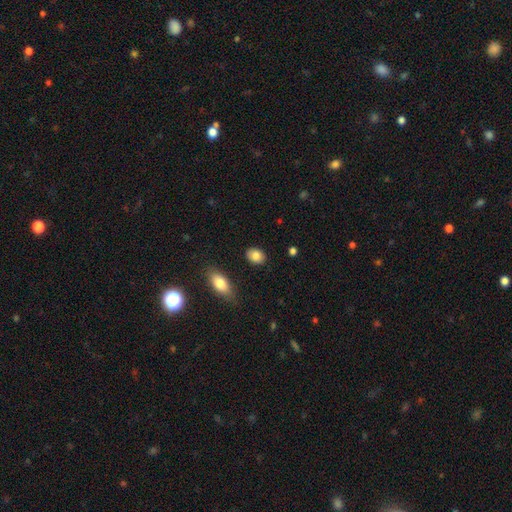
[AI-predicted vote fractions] A smooth galaxy with no disk features (86%) that is in between round and cigar-shaped (59%).

Vote fractions:
- Smooth or featured? smooth: 86% / star or artifact: 8% / featured or disk: 7%
- How rounded? in between: 59% / round: 39% / cigar-shaped: 2%
- Merging? none: 87% / minor disturbance: 9% / major disturbance: 2% / merger: 2%